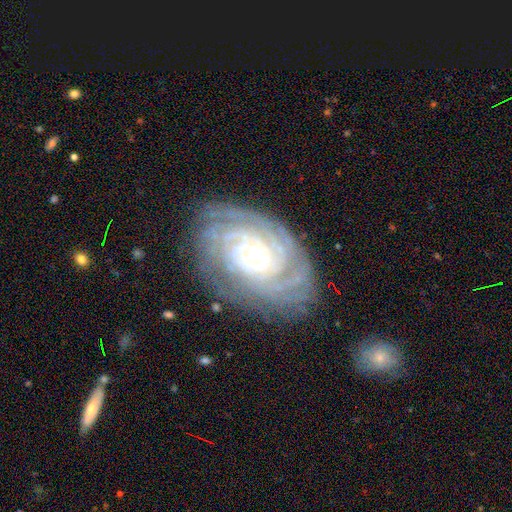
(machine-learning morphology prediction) The model was most divided on "spiral arm count" (2-way tie): 4: 24%, can't tell: 24%, more than 4: 19%, 3: 16%, 2: 10%, 1: 6%. More confident: spiral arms — yes (98%); edge-on disk — no (96%); smooth or featured — featured or disk (88%); spiral winding — tight (83%); merging — none (80%); bar — no (70%); bulge size — small (55%).